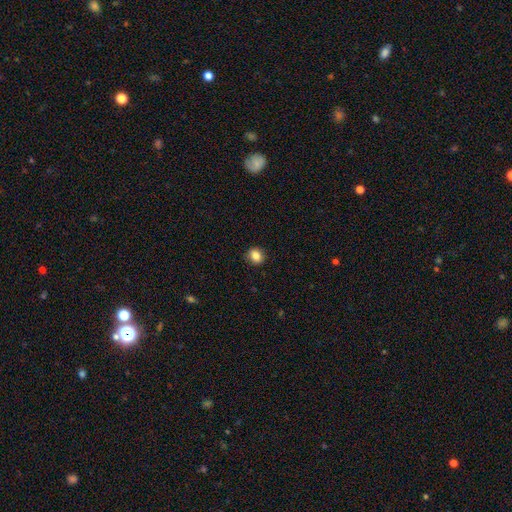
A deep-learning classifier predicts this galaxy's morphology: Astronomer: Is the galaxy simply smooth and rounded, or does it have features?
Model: smooth — 84%.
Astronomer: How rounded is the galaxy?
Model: round — 77%.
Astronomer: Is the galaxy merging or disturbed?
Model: none — 90%.